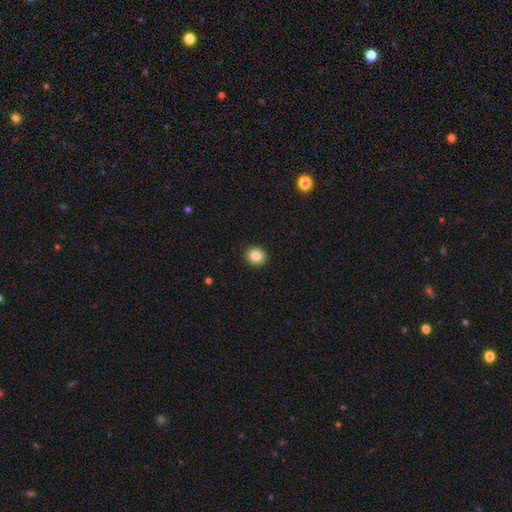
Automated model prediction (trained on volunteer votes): smooth_or_featured: smooth (p=0.83) [alt: star or artifact p=0.10]
how_rounded: round (p=0.85) [alt: in between p=0.14]
merging: none (p=0.92) [alt: minor disturbance p=0.05]